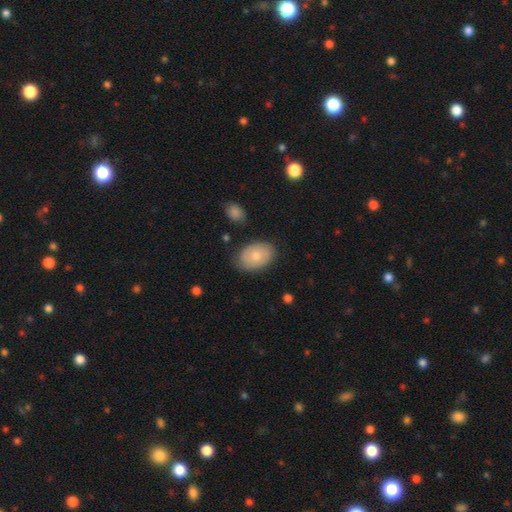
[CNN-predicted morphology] smooth-or-featured: smooth: 61% | featured or disk: 32% | star or artifact: 6%
  how-rounded: in between: 81% | round: 18% | cigar-shaped: 1%
  merging: none: 79% | minor disturbance: 16% | major disturbance: 4% | merger: 2%